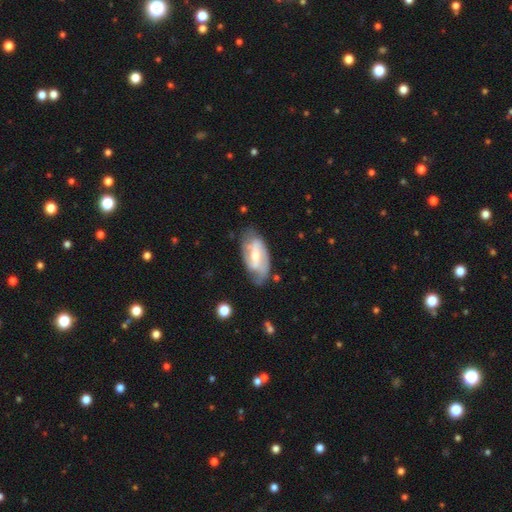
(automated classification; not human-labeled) smooth_or_featured: featured or disk (p=0.75) [alt: smooth p=0.19]
disk_edge_on: no (p=0.93) [alt: yes p=0.07]
bar: weak (p=0.42) [alt: strong p=0.41]
has_spiral_arms: yes (p=0.85) [alt: no p=0.15]
spiral_winding: medium (p=0.43) [alt: tight p=0.31]
spiral_arm_count: 2 (p=0.74) [alt: can't tell p=0.16]
bulge_size: moderate (p=0.53) [alt: small p=0.41]
merging: none (p=0.65) [alt: minor disturbance p=0.24]